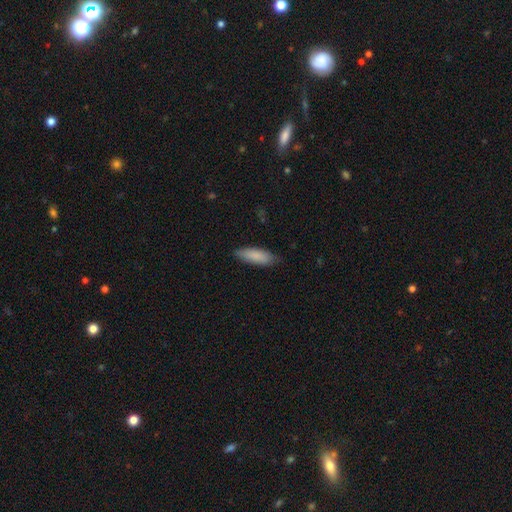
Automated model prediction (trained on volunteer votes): smooth-or-featured: smooth: 87% | featured or disk: 8% | star or artifact: 5%
  how-rounded: in between: 57% | cigar-shaped: 41% | round: 2%
  merging: none: 79% | minor disturbance: 17% | major disturbance: 3% | merger: 1%